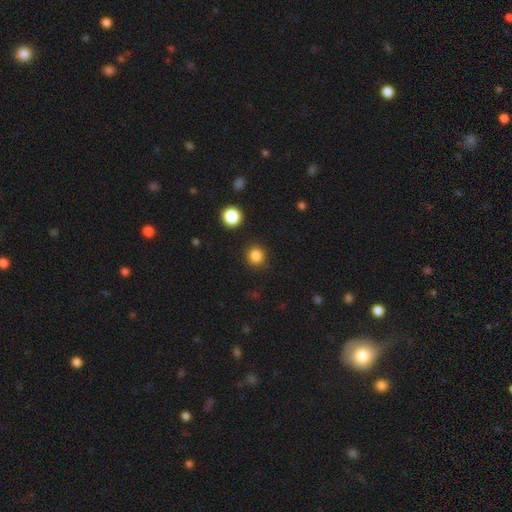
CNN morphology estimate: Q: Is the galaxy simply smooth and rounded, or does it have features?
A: smooth — 84%.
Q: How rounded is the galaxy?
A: round — 92%.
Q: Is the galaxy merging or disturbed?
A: none — 90%.